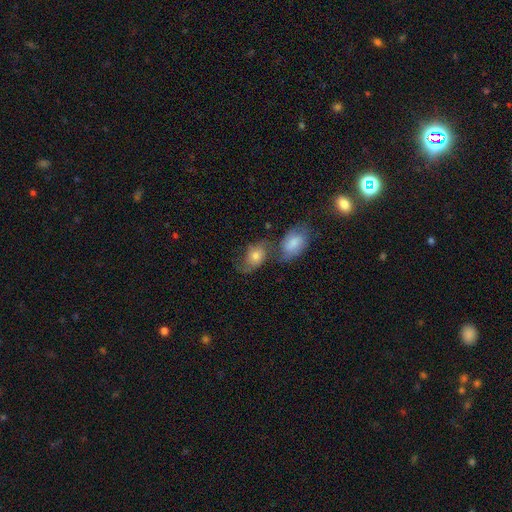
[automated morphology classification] Smooth or featured?
  - smooth: 62% *
  - featured or disk: 30%
  - star or artifact: 8%
How rounded?
  - in between: 80% *
  - round: 18%
  - cigar-shaped: 2%
Merging?
  - merger: 38% *
  - none: 32%
  - minor disturbance: 18%
  - major disturbance: 11%